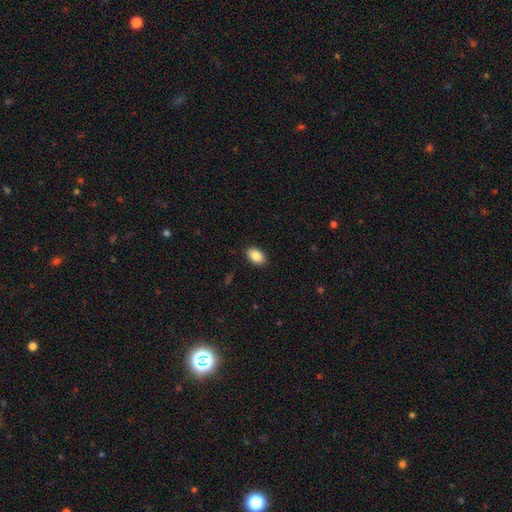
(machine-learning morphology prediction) Smooth or featured? Predicted: smooth (p=0.89). How rounded? Predicted: in between (p=0.92). Merging? Predicted: none (p=0.89).